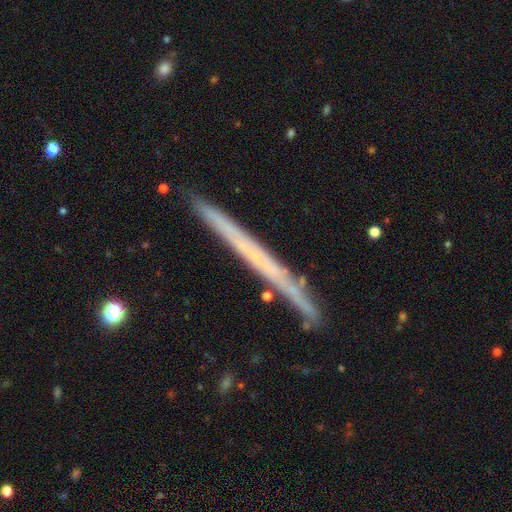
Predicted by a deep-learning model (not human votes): Smooth or featured?
  - featured or disk: 60% *
  - smooth: 33%
  - star or artifact: 7%
Edge-on disk?
  - yes: 96% *
  - no: 4%
Edge-on bulge?
  - none: 91% *
  - rounded: 6%
  - boxy: 3%
Merging?
  - none: 88% *
  - minor disturbance: 9%
  - merger: 1%
  - major disturbance: 1%